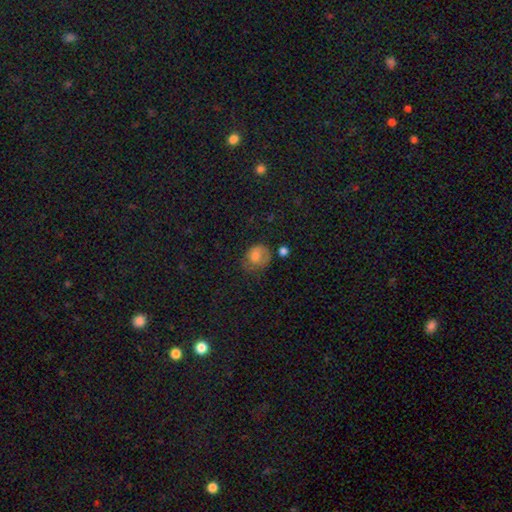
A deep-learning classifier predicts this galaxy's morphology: type=smooth (73%); roundness=round (60%); merging=none (49%).